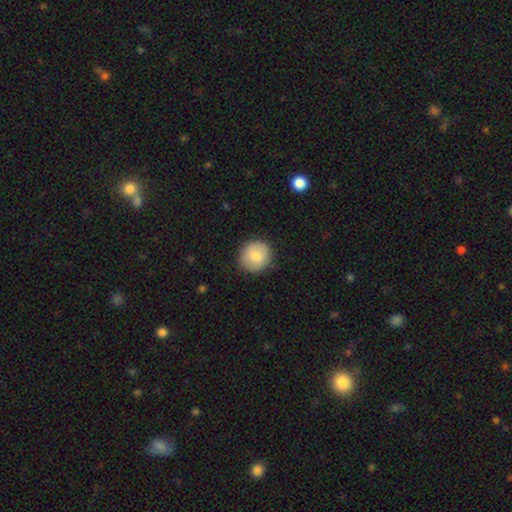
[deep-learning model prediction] smooth-or-featured: smooth: 81% | featured or disk: 13% | star or artifact: 7%
  how-rounded: round: 91% | in between: 8% | cigar-shaped: 1%
  merging: none: 86% | minor disturbance: 11% | major disturbance: 2% | merger: 1%